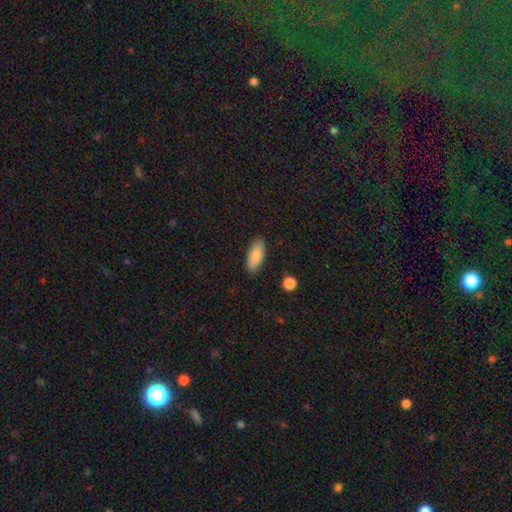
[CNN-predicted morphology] smooth-or-featured: smooth: 87% | star or artifact: 6% | featured or disk: 6%
  how-rounded: in between: 86% | cigar-shaped: 12% | round: 2%
  merging: none: 86% | minor disturbance: 10% | major disturbance: 2% | merger: 1%